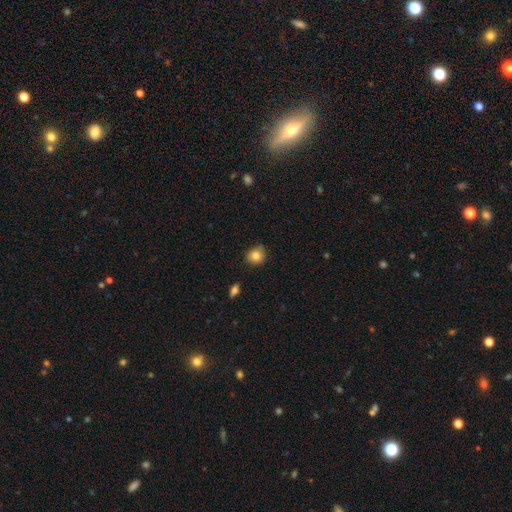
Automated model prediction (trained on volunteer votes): A smooth galaxy with no disk features (83%) that is round (80%).

Vote fractions:
- Smooth or featured? smooth: 83% / star or artifact: 10% / featured or disk: 7%
- How rounded? round: 80% / in between: 19% / cigar-shaped: 1%
- Merging? none: 76% / minor disturbance: 19% / major disturbance: 3% / merger: 2%